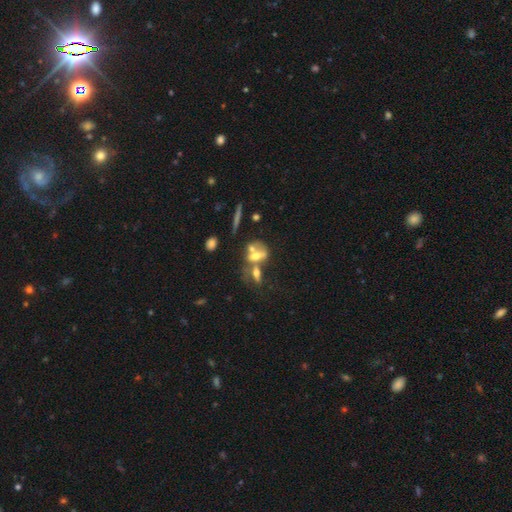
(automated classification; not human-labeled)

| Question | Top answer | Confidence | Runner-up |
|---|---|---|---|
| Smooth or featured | smooth | 46% | featured or disk (40%) |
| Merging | merger | 59% | none (21%) |